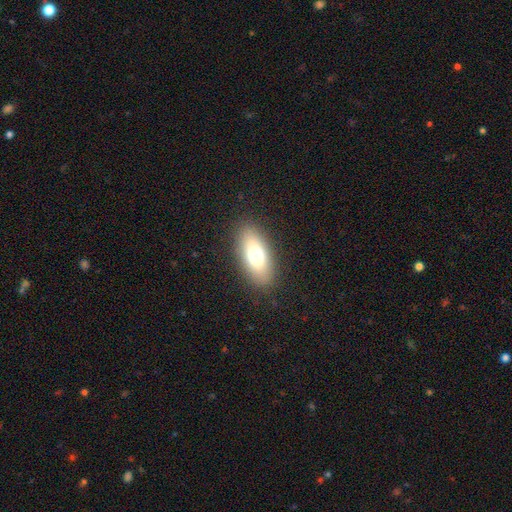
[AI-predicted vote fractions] smooth_or_featured: smooth (p=0.71) [alt: featured or disk p=0.20]
how_rounded: in between (p=0.83) [alt: cigar-shaped p=0.13]
merging: none (p=0.86) [alt: minor disturbance p=0.09]